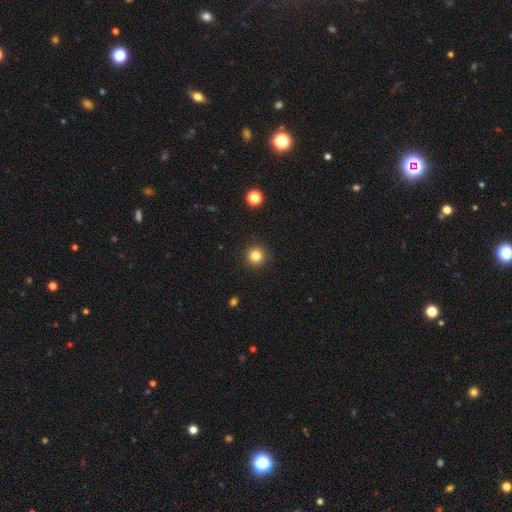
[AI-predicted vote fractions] A smooth galaxy with no disk features (83%) that is round (95%). Merging: none (92%).